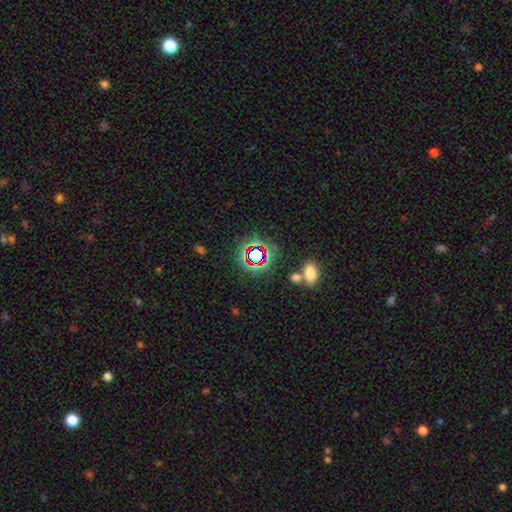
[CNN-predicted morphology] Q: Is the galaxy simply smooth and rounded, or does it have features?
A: star or artifact — 65%.